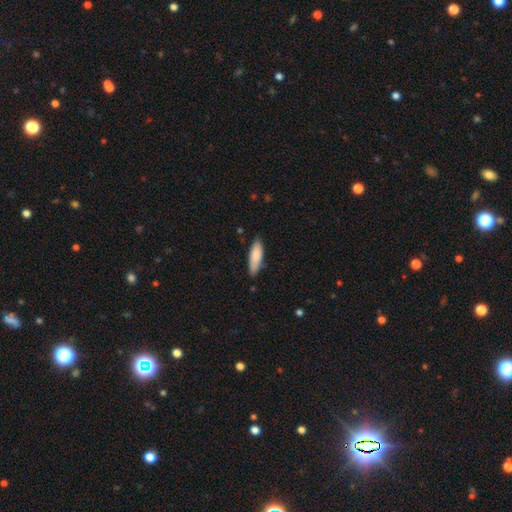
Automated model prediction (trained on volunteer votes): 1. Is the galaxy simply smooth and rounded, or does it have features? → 84% smooth, 11% featured or disk, 5% star or artifact.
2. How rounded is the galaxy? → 50% cigar-shaped, 48% in between, 1% round.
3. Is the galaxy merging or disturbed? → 80% none, 16% minor disturbance, 2% major disturbance, 2% merger.